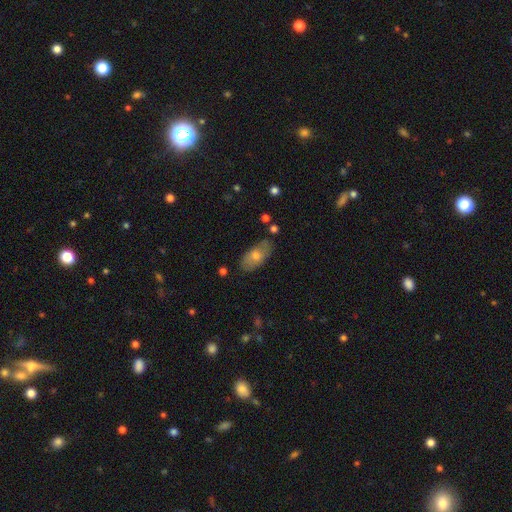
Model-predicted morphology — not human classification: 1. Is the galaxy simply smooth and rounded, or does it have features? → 67% smooth, 25% featured or disk, 7% star or artifact.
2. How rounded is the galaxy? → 91% in between, 5% cigar-shaped, 4% round.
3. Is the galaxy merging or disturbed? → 77% none, 16% minor disturbance, 3% major disturbance, 3% merger.